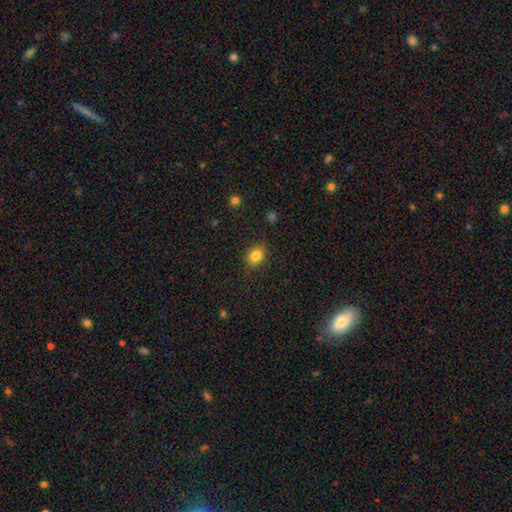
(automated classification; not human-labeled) Smooth or featured? Predicted: smooth (p=0.83). How rounded? Predicted: in between (p=0.50). Merging? Predicted: none (p=0.82).